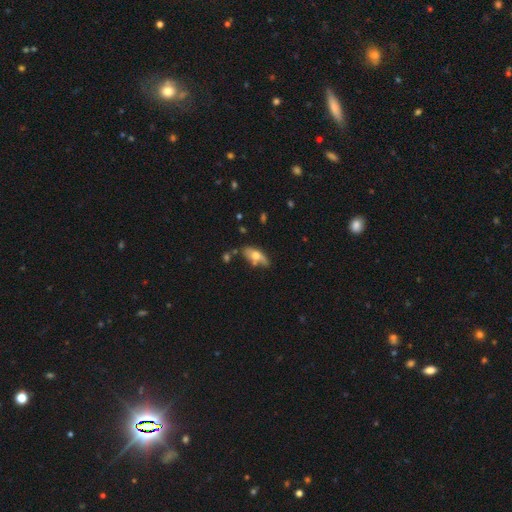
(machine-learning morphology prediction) A smooth galaxy with no disk features (55%) that is in between round and cigar-shaped (78%).

Vote fractions:
- Smooth or featured? smooth: 55% / featured or disk: 37% / star or artifact: 7%
- How rounded? in between: 78% / cigar-shaped: 18% / round: 4%
- Merging? none: 51% / minor disturbance: 29% / merger: 11% / major disturbance: 10%